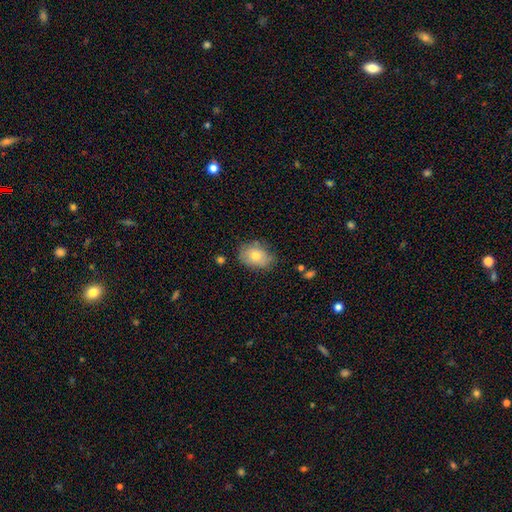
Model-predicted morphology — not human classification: A smooth galaxy with no disk features (74%) that is in between round and cigar-shaped (72%). Merging: none (69%).